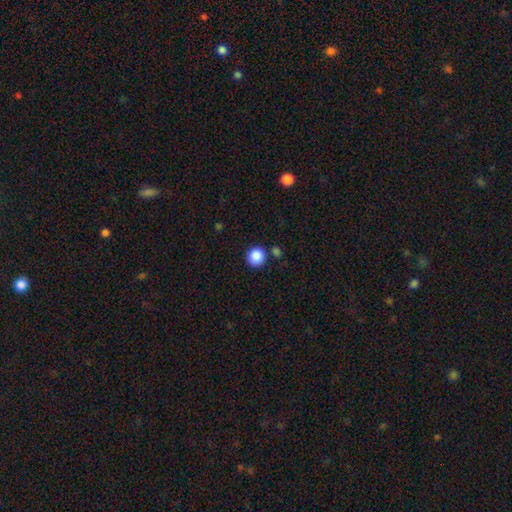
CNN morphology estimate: Smooth or featured?
  - smooth: 88% *
  - star or artifact: 9%
  - featured or disk: 3%
How rounded?
  - round: 92% *
  - in between: 7%
  - cigar-shaped: 1%
Merging?
  - none: 84% *
  - minor disturbance: 8%
  - merger: 6%
  - major disturbance: 3%